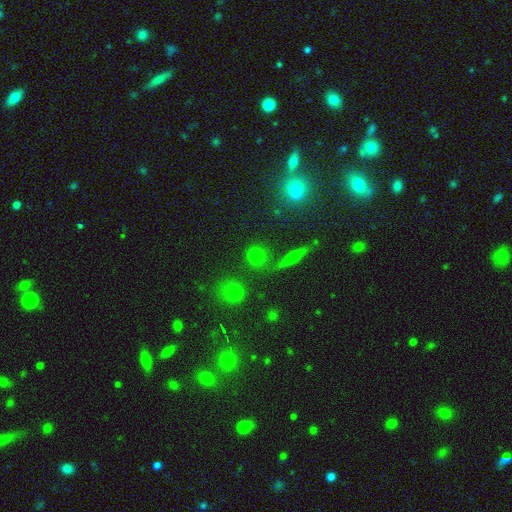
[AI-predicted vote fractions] smooth-or-featured: smooth: 73% | star or artifact: 17% | featured or disk: 10%
  how-rounded: round: 88% | in between: 9% | cigar-shaped: 3%
  merging: none: 80% | merger: 8% | minor disturbance: 8% | major disturbance: 3%